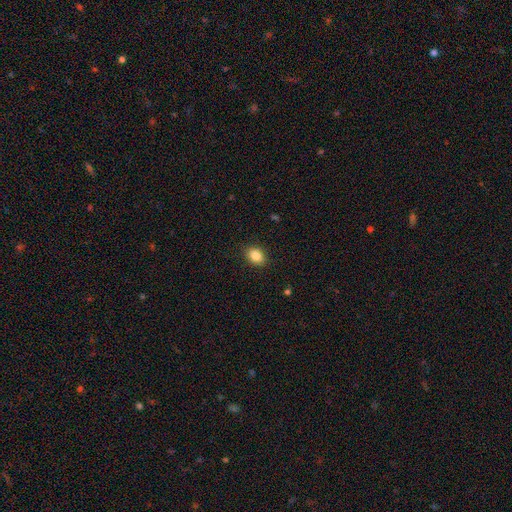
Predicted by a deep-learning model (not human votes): smooth-or-featured: smooth: 86% | star or artifact: 9% | featured or disk: 5%
  how-rounded: in between: 66% | round: 33% | cigar-shaped: 1%
  merging: none: 89% | minor disturbance: 8% | major disturbance: 2% | merger: 1%